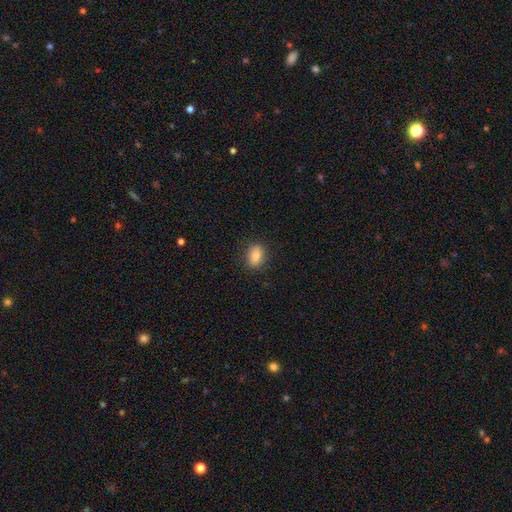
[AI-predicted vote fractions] This appears to be a smooth galaxy with no disk features (84%) that is in between round and cigar-shaped (78%). Merging: none (87%).